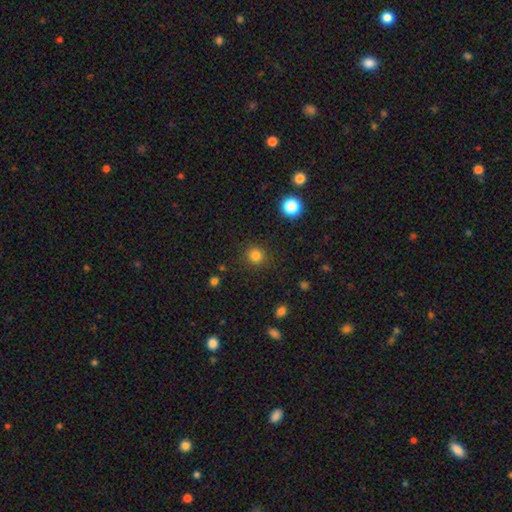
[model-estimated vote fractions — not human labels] A smooth galaxy with no disk features (82%) that is round (90%).

Vote fractions:
- Smooth or featured? smooth: 82% / star or artifact: 13% / featured or disk: 5%
- How rounded? round: 90% / in between: 9% / cigar-shaped: 1%
- Merging? none: 90% / minor disturbance: 7% / major disturbance: 3% / merger: 1%